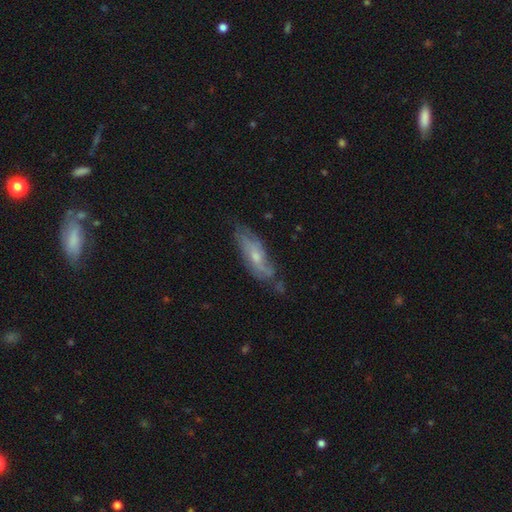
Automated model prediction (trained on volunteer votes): Smooth or featured? featured or disk (60%)
Edge-on disk? no (74%)
Merging? none (59%)